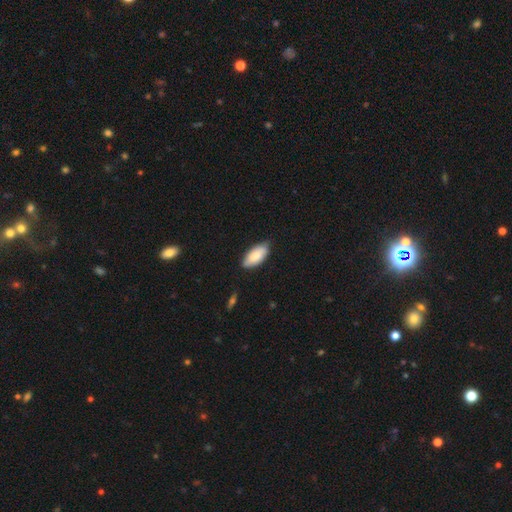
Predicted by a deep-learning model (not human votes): Overall: smooth (83%). How rounded: in between (90%). Merging: none (77%).